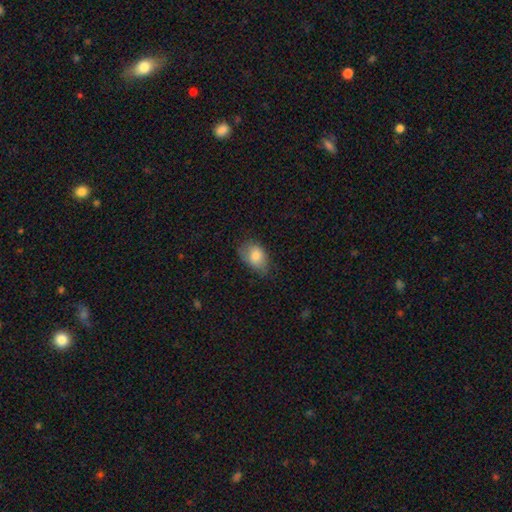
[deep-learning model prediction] Morphology: type=smooth (81%); roundness=in between (83%); merging=none (54%).